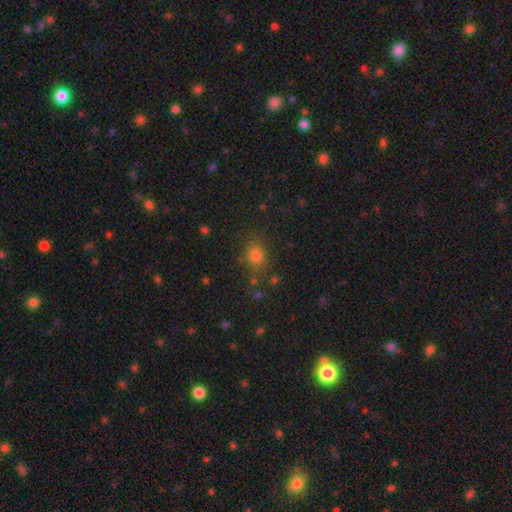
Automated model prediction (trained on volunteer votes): smooth_or_featured: smooth (p=0.76) [alt: star or artifact p=0.17]
how_rounded: round (p=0.71) [alt: in between p=0.28]
merging: none (p=0.81) [alt: minor disturbance p=0.12]